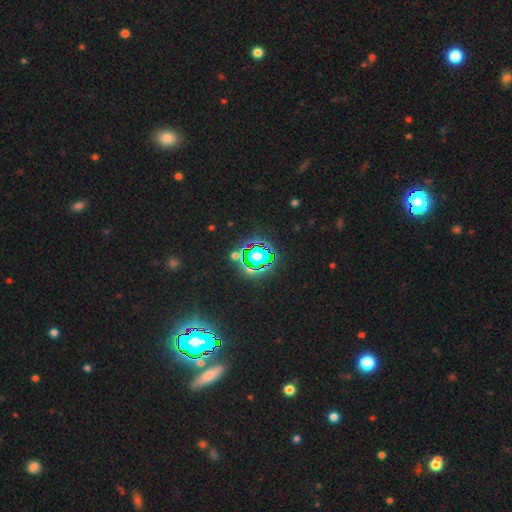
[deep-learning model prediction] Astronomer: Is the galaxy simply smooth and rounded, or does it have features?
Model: star or artifact — 66%.